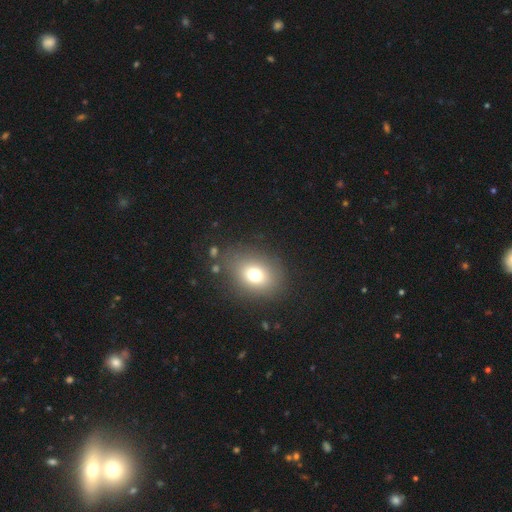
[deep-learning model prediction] Smooth or featured: smooth — 64% (star or artifact — 25%)
How rounded: round — 50% (in between — 49%)
Merging: none — 85% (minor disturbance — 9%)